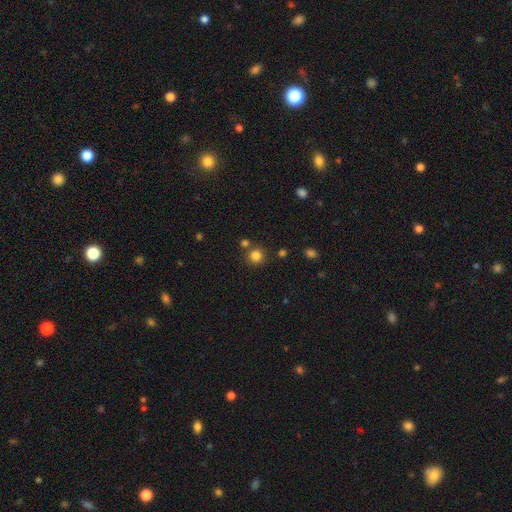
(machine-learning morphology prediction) Smooth or featured? smooth (82%)
How rounded? round (92%)
Merging? none (78%)